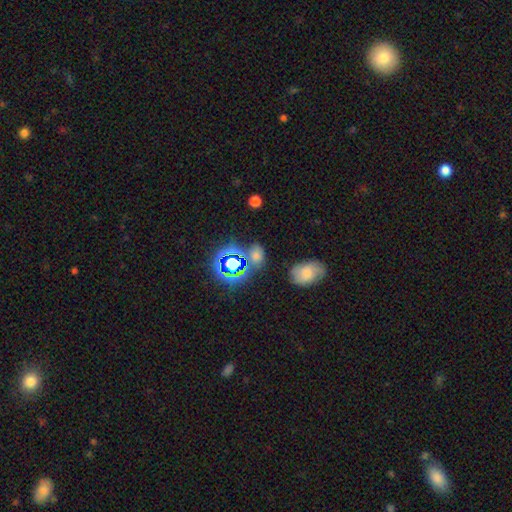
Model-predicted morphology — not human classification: Smooth or featured? smooth (50%)
How rounded? in between (59%)
Merging? none (68%)